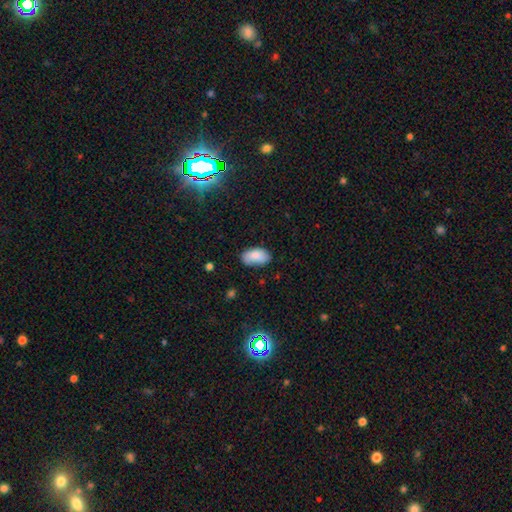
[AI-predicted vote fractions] Smooth or featured?
  - smooth: 85% *
  - featured or disk: 8%
  - star or artifact: 7%
How rounded?
  - in between: 94% *
  - round: 4%
  - cigar-shaped: 1%
Merging?
  - none: 70% *
  - minor disturbance: 24%
  - major disturbance: 4%
  - merger: 2%